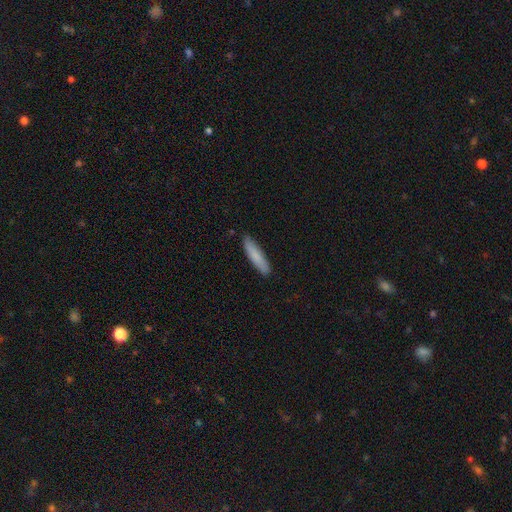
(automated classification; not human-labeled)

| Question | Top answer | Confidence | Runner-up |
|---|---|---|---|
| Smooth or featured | smooth | 83% | featured or disk (12%) |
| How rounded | cigar-shaped | 83% | in between (15%) |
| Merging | none | 87% | minor disturbance (10%) |